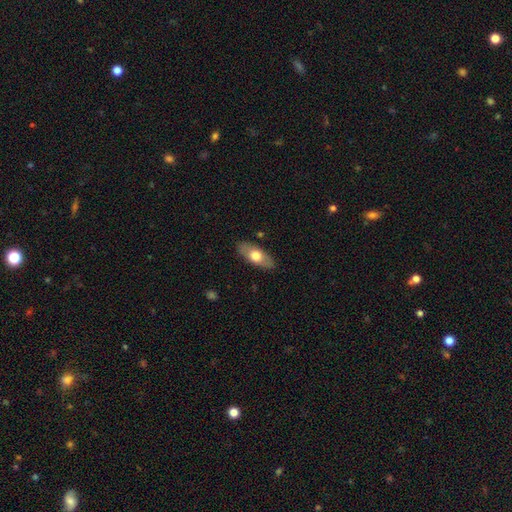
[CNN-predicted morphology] Smooth or featured: smooth — 62% (featured or disk — 32%)
How rounded: in between — 81% (cigar-shaped — 16%)
Merging: none — 86% (minor disturbance — 11%)